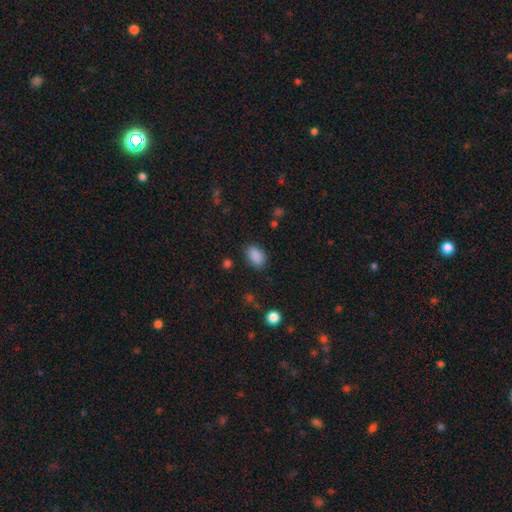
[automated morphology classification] This is clearly a smooth galaxy (88%). How rounded: clearly in between (89%). Merging: clearly none (83%).